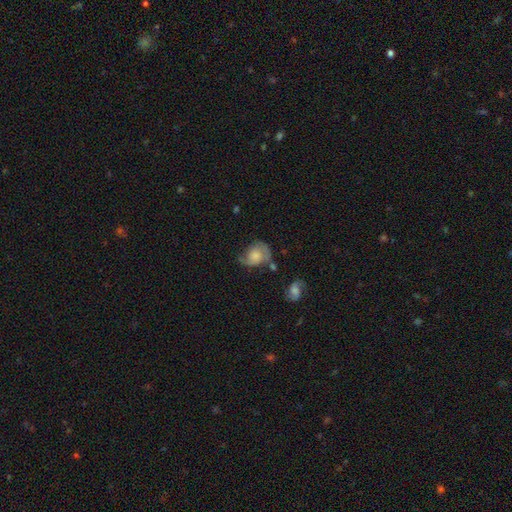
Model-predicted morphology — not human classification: featured or disk 58%, smooth 34%, star or artifact 8%. Down the decision tree: edge-on disk — no (97%); bar — no (74%); spiral arms — yes (87%); bulge size — moderate (28%); merging — none (45%).